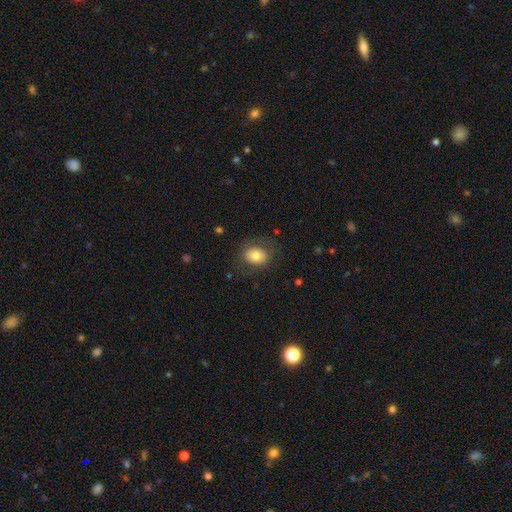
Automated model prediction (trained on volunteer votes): Overall: smooth (73%). How rounded: round (56%; in between 43%). Merging: none (77%).